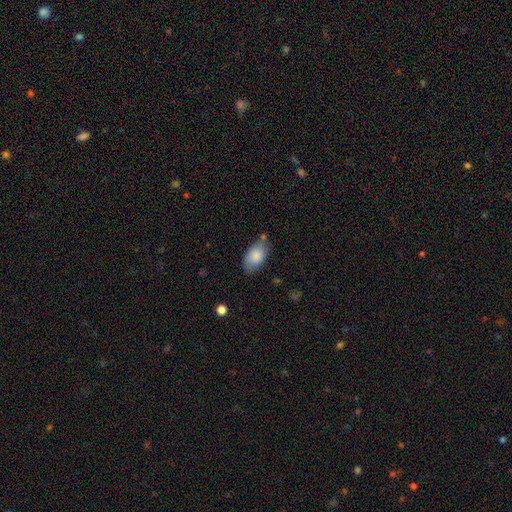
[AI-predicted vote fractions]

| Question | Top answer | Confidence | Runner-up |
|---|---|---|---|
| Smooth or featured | smooth | 84% | featured or disk (10%) |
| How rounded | in between | 94% | round (4%) |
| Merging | none | 66% | minor disturbance (23%) |